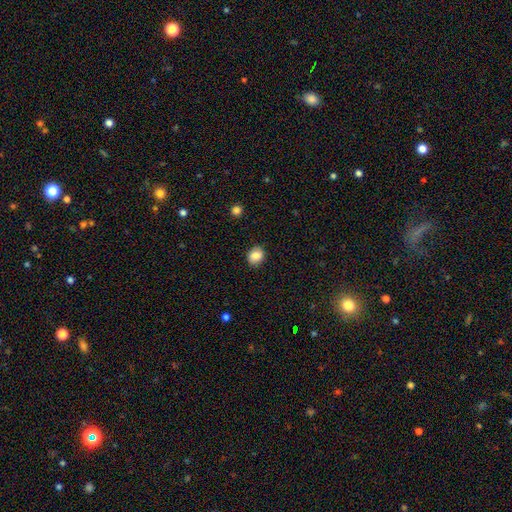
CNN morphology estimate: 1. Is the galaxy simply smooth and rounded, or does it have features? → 84% smooth, 9% star or artifact, 7% featured or disk.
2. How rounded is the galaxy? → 57% round, 42% in between, 1% cigar-shaped.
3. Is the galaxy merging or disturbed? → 86% none, 11% minor disturbance, 3% major disturbance, 1% merger.